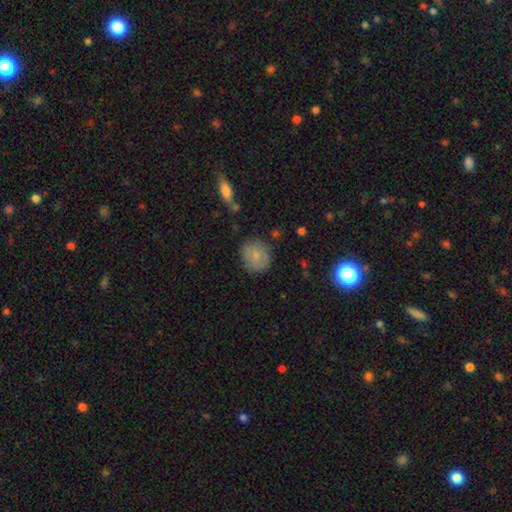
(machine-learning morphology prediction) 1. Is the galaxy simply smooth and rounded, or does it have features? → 71% smooth, 21% featured or disk, 8% star or artifact.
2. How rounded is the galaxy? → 83% round, 16% in between, 1% cigar-shaped.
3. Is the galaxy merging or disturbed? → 78% none, 16% minor disturbance, 4% major disturbance, 2% merger.